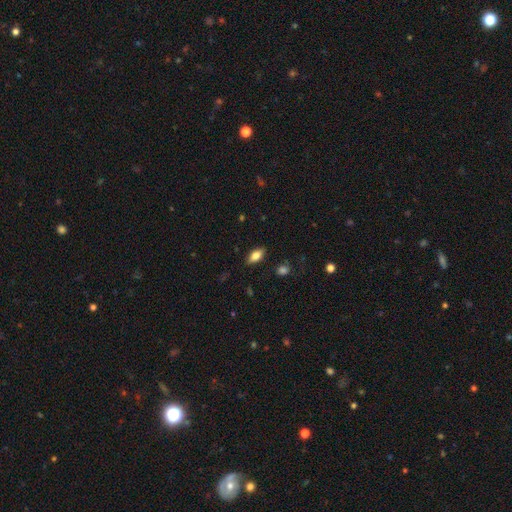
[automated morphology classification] smooth-or-featured: smooth: 76% | featured or disk: 16% | star or artifact: 8%
  how-rounded: in between: 87% | cigar-shaped: 9% | round: 4%
  merging: none: 85% | minor disturbance: 11% | major disturbance: 3% | merger: 1%